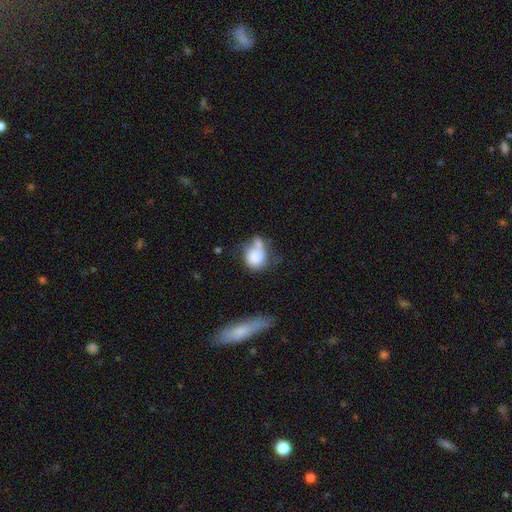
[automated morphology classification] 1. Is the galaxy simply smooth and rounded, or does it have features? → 75% smooth, 17% featured or disk, 8% star or artifact.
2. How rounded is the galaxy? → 61% round, 37% in between, 2% cigar-shaped.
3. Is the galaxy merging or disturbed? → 44% merger, 26% none, 17% minor disturbance, 13% major disturbance.